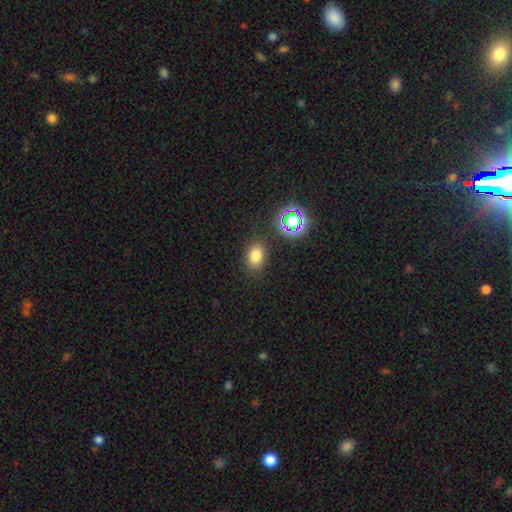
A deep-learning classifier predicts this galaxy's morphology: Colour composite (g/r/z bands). It shows a smooth galaxy with no disk features (76%) that is in between round and cigar-shaped (71%). Merging: none (83%).